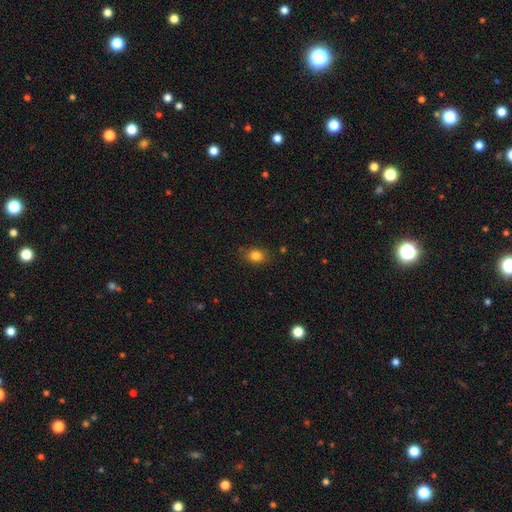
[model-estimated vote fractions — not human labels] smooth_or_featured: smooth (p=0.83) [alt: star or artifact p=0.11]
how_rounded: in between (p=0.54) [alt: round p=0.44]
merging: none (p=0.82) [alt: minor disturbance p=0.13]